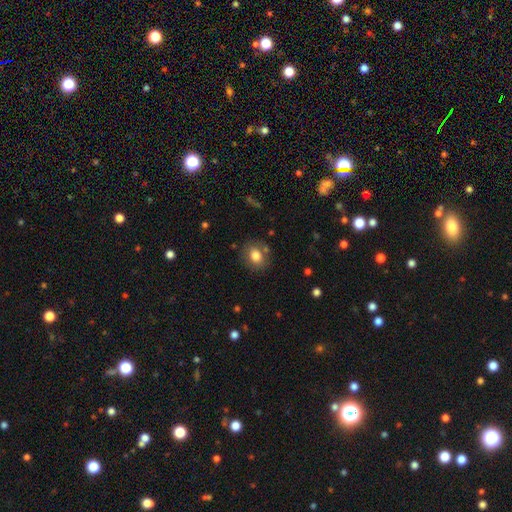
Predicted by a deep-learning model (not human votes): A smooth galaxy with no disk features (78%) that is round (57%). Merging: none (78%).